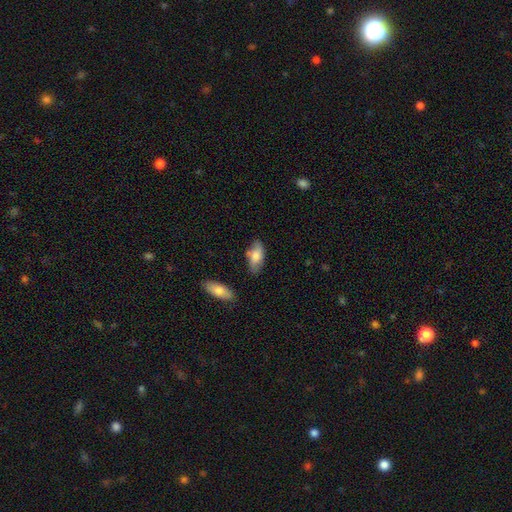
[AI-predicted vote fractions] Smooth or featured: smooth — 73% (featured or disk — 21%)
How rounded: in between — 88% (cigar-shaped — 9%)
Merging: none — 70% (minor disturbance — 21%)